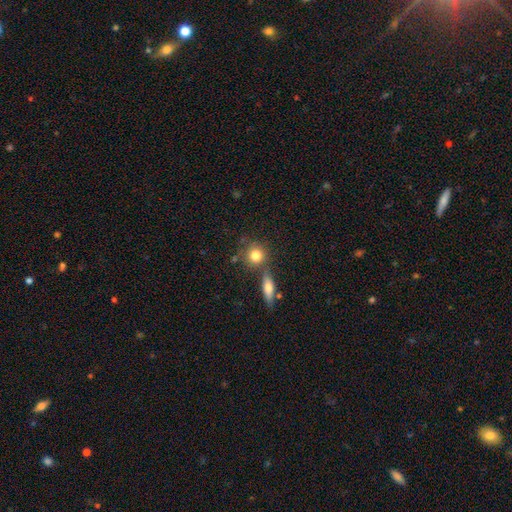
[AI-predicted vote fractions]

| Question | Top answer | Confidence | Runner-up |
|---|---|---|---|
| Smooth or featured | smooth | 79% | featured or disk (11%) |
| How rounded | round | 85% | in between (13%) |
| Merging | none | 65% | merger (21%) |